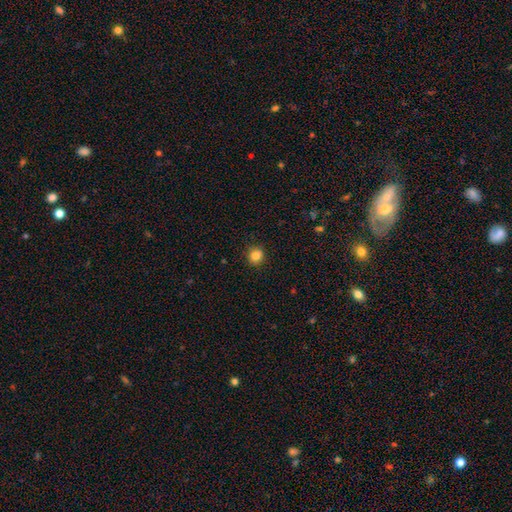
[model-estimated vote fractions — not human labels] Smooth or featured: smooth — 84% (star or artifact — 11%)
How rounded: round — 82% (in between — 17%)
Merging: none — 90% (minor disturbance — 7%)